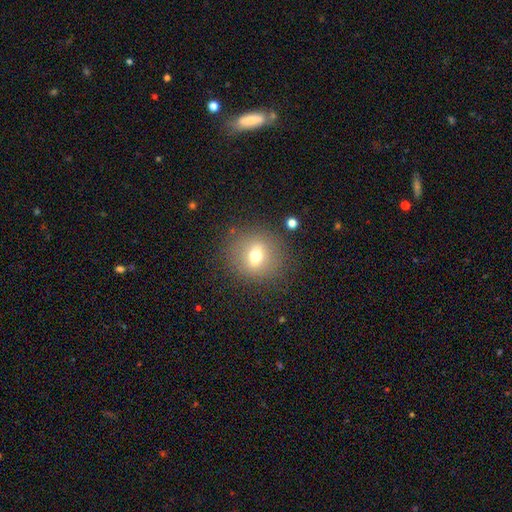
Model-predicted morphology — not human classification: smooth 59%, featured or disk 28%, star or artifact 13%. Down the decision tree: how rounded — round (79%); merging — none (82%).